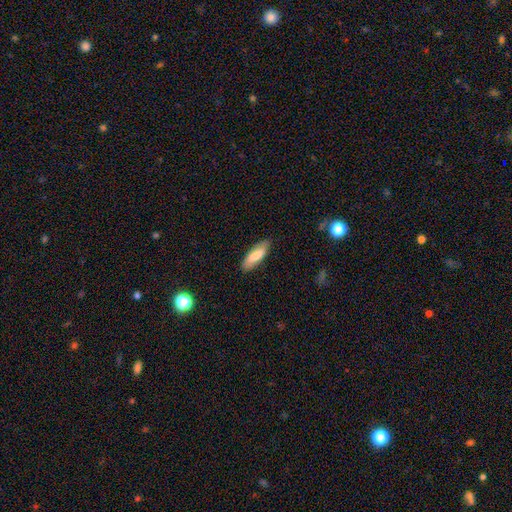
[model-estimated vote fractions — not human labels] smooth_or_featured: smooth (p=0.77) [alt: featured or disk p=0.17]
how_rounded: in between (p=0.57) [alt: cigar-shaped p=0.41]
merging: none (p=0.84) [alt: minor disturbance p=0.12]